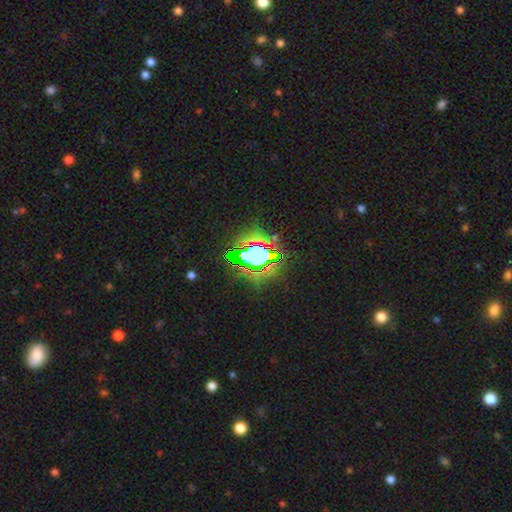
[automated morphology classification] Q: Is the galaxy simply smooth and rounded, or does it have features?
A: star or artifact — 71%.